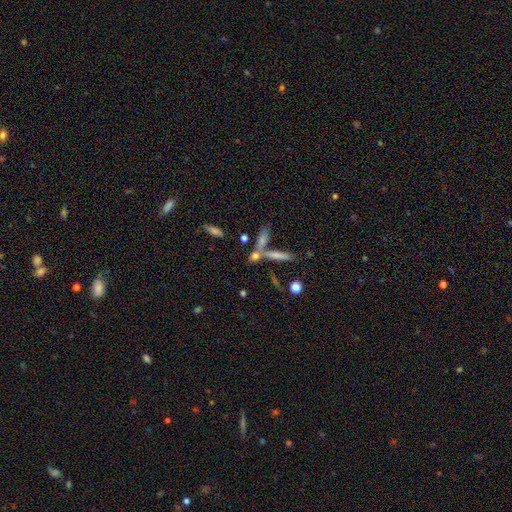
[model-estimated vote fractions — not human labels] Smooth or featured?
  - smooth: 63% *
  - featured or disk: 24%
  - star or artifact: 13%
How rounded?
  - cigar-shaped: 59% *
  - in between: 30%
  - round: 12%
Merging?
  - none: 52% *
  - merger: 34%
  - minor disturbance: 9%
  - major disturbance: 4%